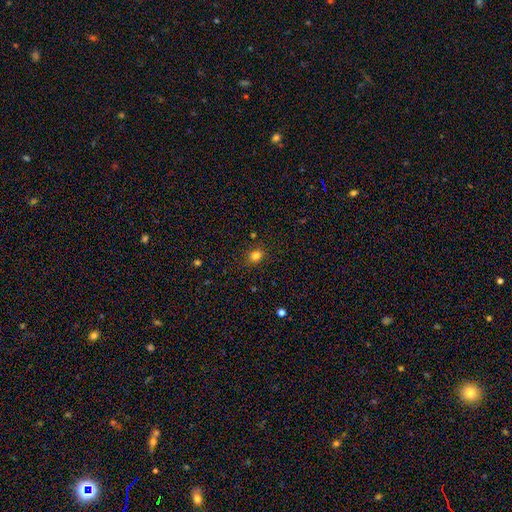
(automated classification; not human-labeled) Overall: smooth (80%). How rounded: round (70%). Merging: none (86%).